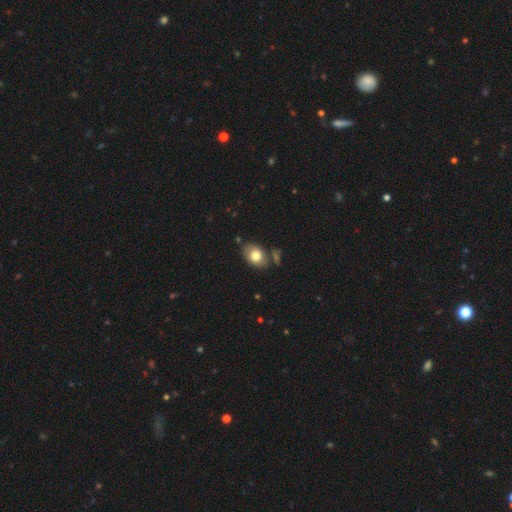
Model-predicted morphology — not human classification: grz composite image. It shows a smooth galaxy with no disk features (78%) that is in between round and cigar-shaped (80%). Merging: none (72%).